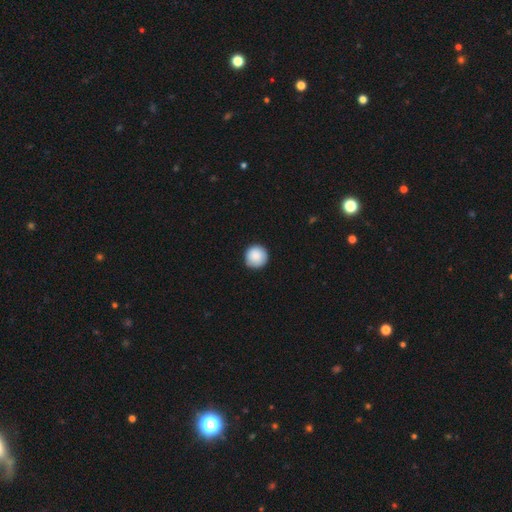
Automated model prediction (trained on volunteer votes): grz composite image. It shows a smooth galaxy with no disk features (88%) that is round (96%). Merging: none (89%).